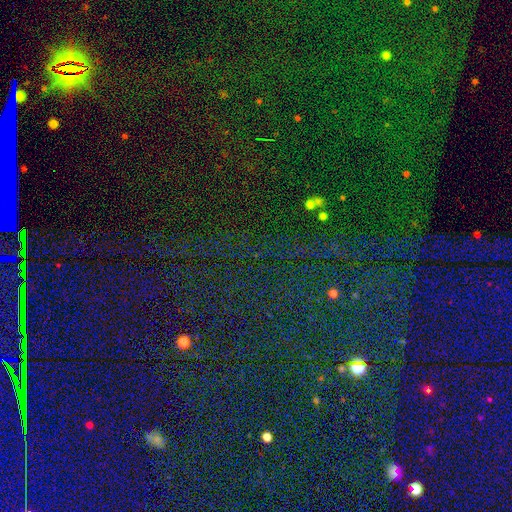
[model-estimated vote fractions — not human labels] Smooth or featured? star or artifact (82%)